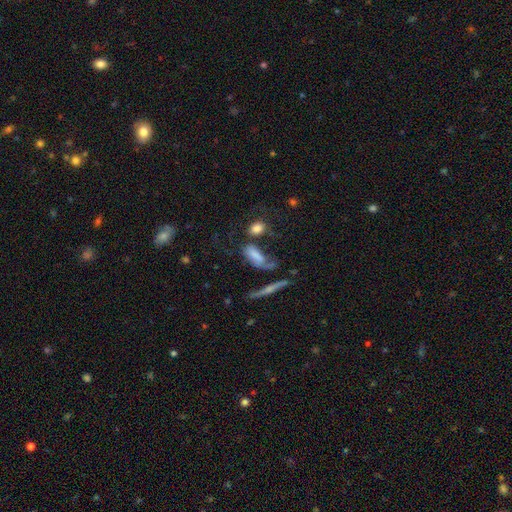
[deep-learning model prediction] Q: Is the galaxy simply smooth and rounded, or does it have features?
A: smooth — 63%.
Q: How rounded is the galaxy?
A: in between — 72%.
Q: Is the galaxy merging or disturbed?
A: none — 32%.